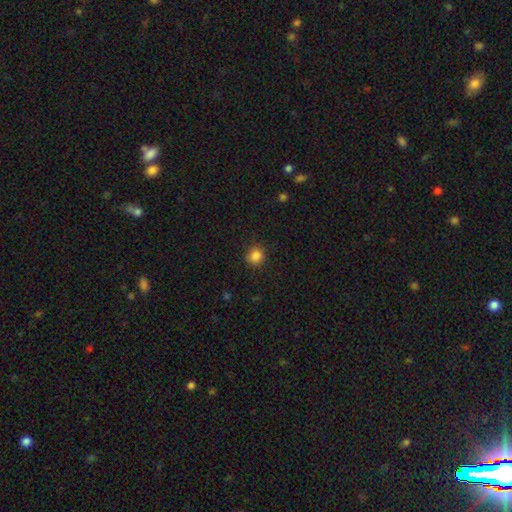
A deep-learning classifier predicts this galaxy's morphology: Smooth or featured: smooth — 85% (star or artifact — 12%)
How rounded: round — 89% (in between — 10%)
Merging: none — 88% (minor disturbance — 9%)